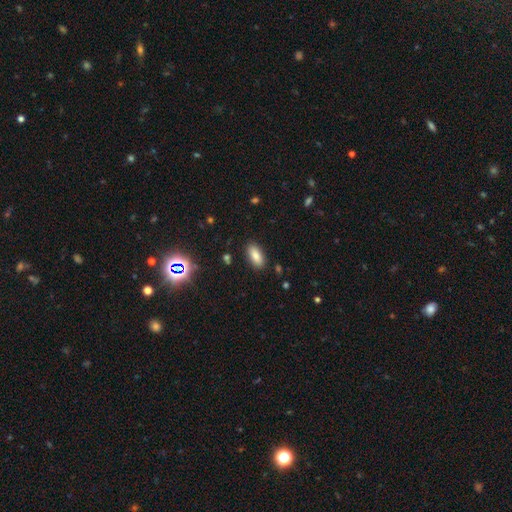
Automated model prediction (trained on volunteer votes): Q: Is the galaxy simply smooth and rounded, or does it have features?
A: smooth — 83%.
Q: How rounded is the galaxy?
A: in between — 87%.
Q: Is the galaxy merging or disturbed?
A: none — 87%.